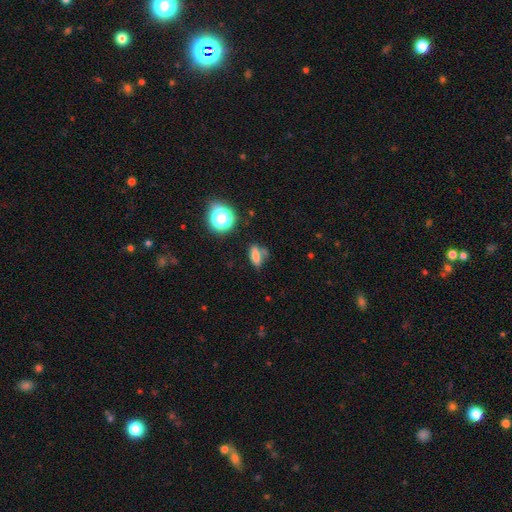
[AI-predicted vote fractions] This is likely a smooth galaxy (73%). How rounded: likely in between (66%). Merging: possibly none (60%).